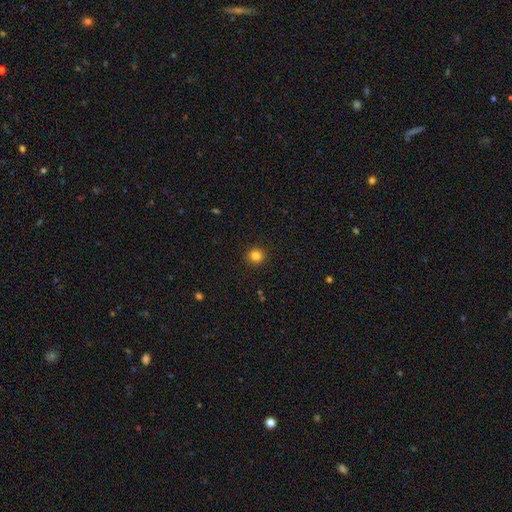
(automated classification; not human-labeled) A smooth galaxy with no disk features (84%) that is round (90%).

Vote fractions:
- Smooth or featured? smooth: 84% / star or artifact: 12% / featured or disk: 5%
- How rounded? round: 90% / in between: 9% / cigar-shaped: 1%
- Merging? none: 92% / minor disturbance: 5% / major disturbance: 2% / merger: 1%